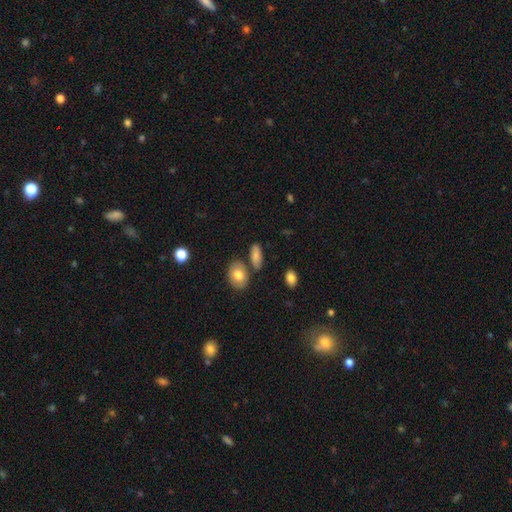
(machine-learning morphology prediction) smooth 72%, featured or disk 17%, star or artifact 12%. Down the decision tree: how rounded — in between (79%); merging — none (70%).